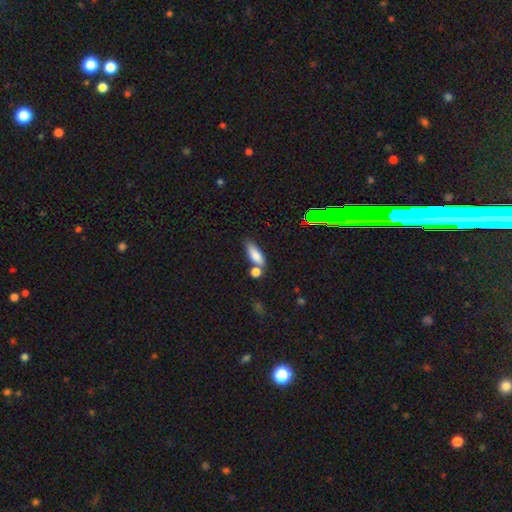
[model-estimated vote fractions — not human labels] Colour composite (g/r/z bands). It shows a smooth galaxy with no disk features (79%) that is in between round and cigar-shaped (63%). Merging: none (50%).